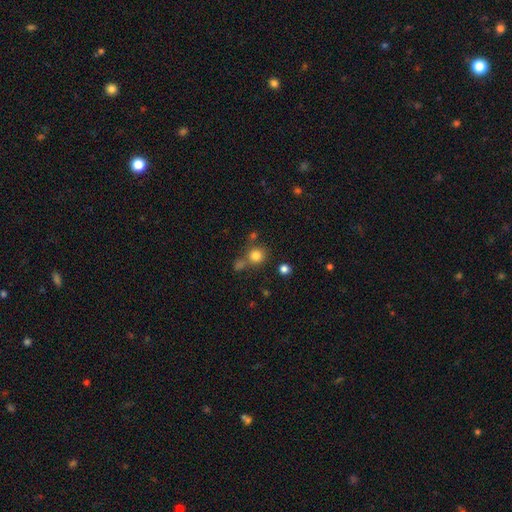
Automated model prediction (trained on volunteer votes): Morphology: type=smooth (80%); roundness=round (89%); merging=none (65%).